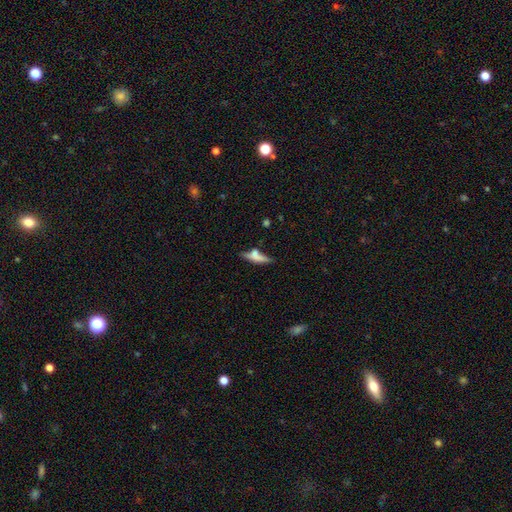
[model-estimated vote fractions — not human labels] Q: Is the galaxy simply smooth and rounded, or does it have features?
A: smooth — 54%.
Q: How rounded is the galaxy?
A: cigar-shaped — 73%.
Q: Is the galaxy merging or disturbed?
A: none — 49%.